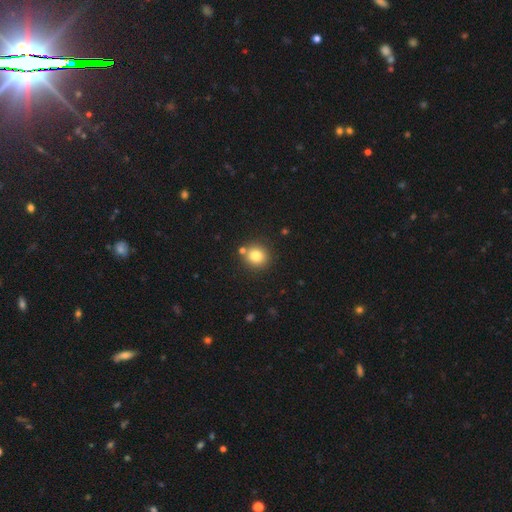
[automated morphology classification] A smooth galaxy with no disk features (81%) that is round (87%). Merging: none (81%).